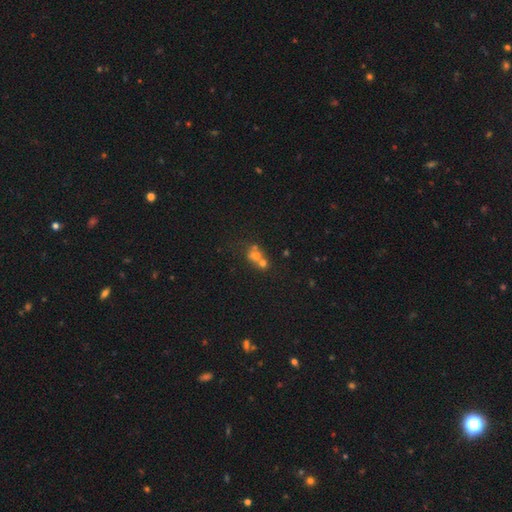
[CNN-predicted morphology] Smooth or featured?
  - smooth: 60% *
  - featured or disk: 21%
  - star or artifact: 18%
How rounded?
  - round: 70% *
  - in between: 29%
  - cigar-shaped: 1%
Merging?
  - merger: 61% *
  - none: 27%
  - minor disturbance: 7%
  - major disturbance: 4%